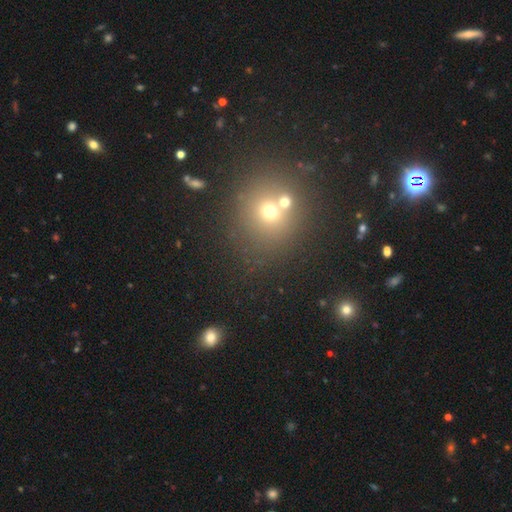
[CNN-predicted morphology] Smooth or featured: smooth — 51% (star or artifact — 36%)
How rounded: round — 83% (in between — 16%)
Merging: none — 65% (merger — 23%)